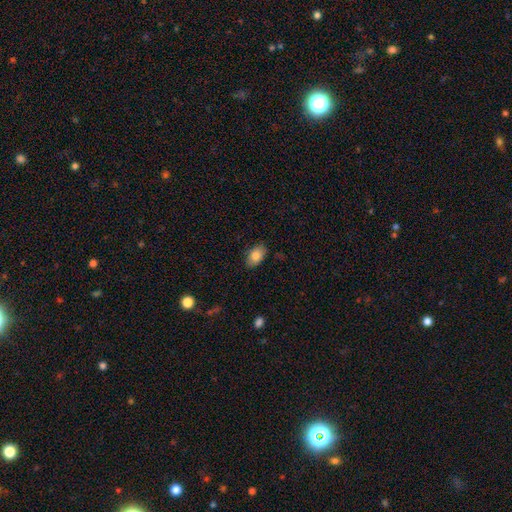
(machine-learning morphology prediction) This is clearly a smooth galaxy (83%). How rounded: clearly in between (92%). Merging: clearly none (84%).